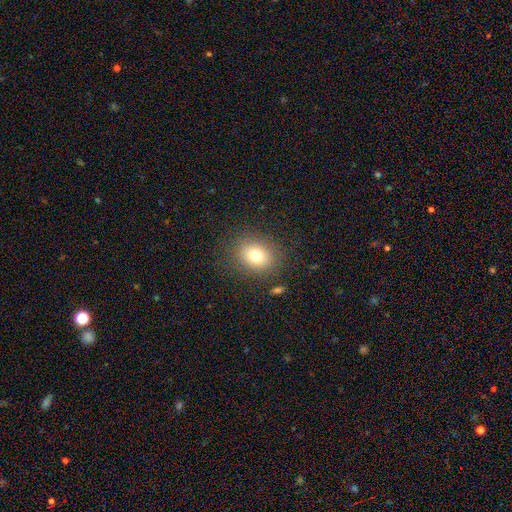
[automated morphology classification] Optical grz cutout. It shows a smooth galaxy with no disk features (77%) that is round (56%). Merging: none (84%).